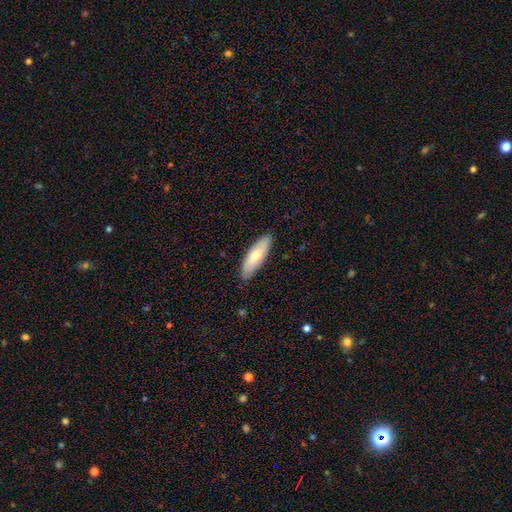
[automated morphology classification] Q: Smooth or featured?
A: smooth (59%); runner-up: featured or disk (35%)
Q: How rounded?
A: in between (61%); runner-up: cigar-shaped (37%)
Q: Merging?
A: none (85%); runner-up: minor disturbance (12%)